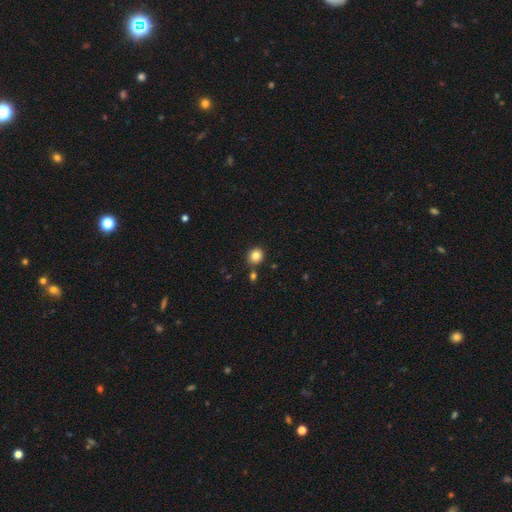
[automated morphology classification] Smooth or featured? smooth (84%)
How rounded? round (86%)
Merging? none (83%)